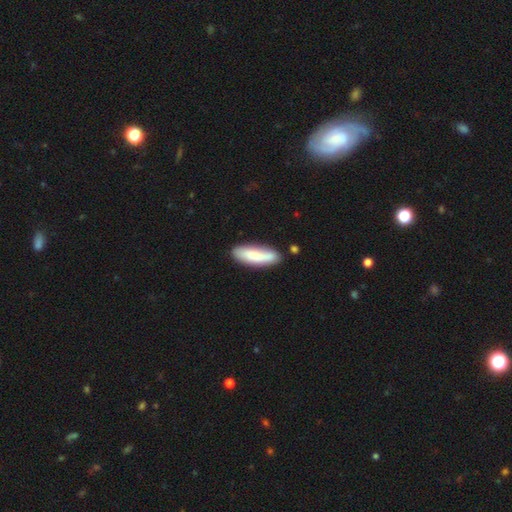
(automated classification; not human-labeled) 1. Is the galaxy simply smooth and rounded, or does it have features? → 76% smooth, 19% featured or disk, 5% star or artifact.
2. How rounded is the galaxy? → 54% cigar-shaped, 44% in between, 2% round.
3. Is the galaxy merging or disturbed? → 75% none, 16% minor disturbance, 5% merger, 3% major disturbance.